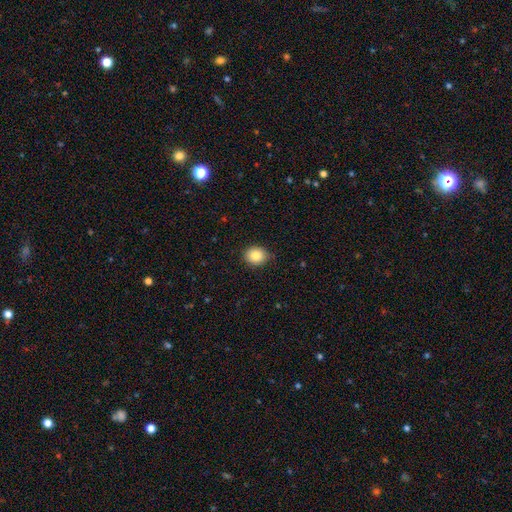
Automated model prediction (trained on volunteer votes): This appears to be a smooth galaxy with no disk features (84%) that is round (65%). Merging: none (86%).